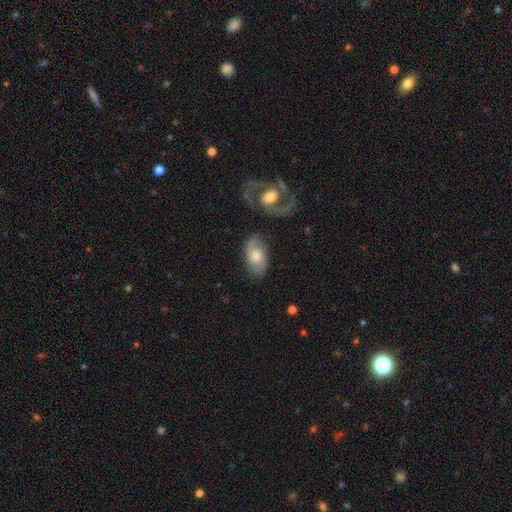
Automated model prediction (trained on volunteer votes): Morphology: type=featured or disk (62%); edge-on=no (94%); bar=no (67%); spiral arms=yes (87%); winding=medium (48%); arm count=2 (81%); bulge=moderate (57%); merging=none (72%).